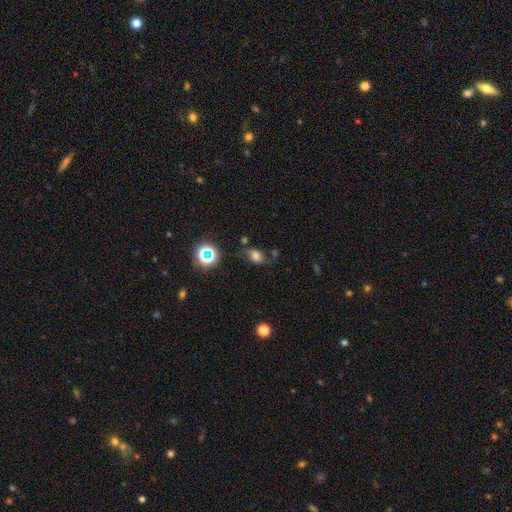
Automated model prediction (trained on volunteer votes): smooth_or_featured: smooth (p=0.67) [alt: star or artifact p=0.20]
how_rounded: in between (p=0.75) [alt: round p=0.23]
merging: none (p=0.64) [alt: minor disturbance p=0.20]